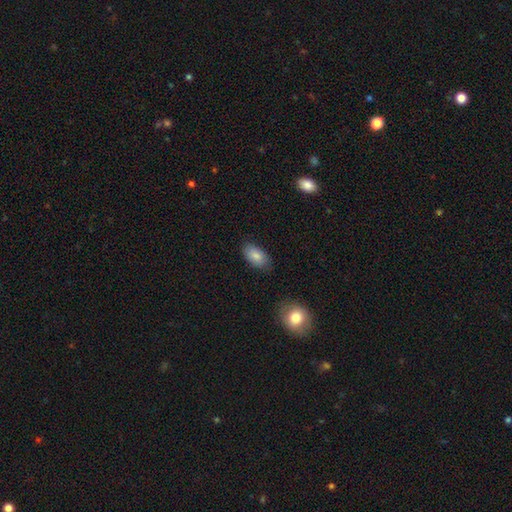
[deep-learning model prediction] This appears to be a smooth galaxy with no disk features (85%) that is in between round and cigar-shaped (94%). Merging: none (82%).